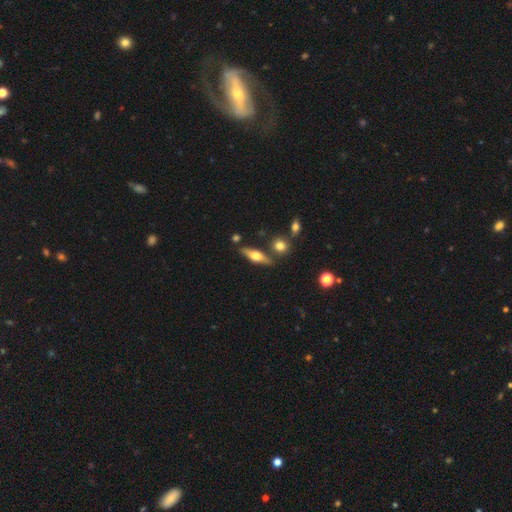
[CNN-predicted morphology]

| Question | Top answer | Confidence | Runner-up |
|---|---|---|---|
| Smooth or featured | featured or disk | 61% | smooth (32%) |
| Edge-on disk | yes | 94% | no (6%) |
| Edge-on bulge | rounded | 93% | boxy (5%) |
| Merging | none | 79% | minor disturbance (10%) |